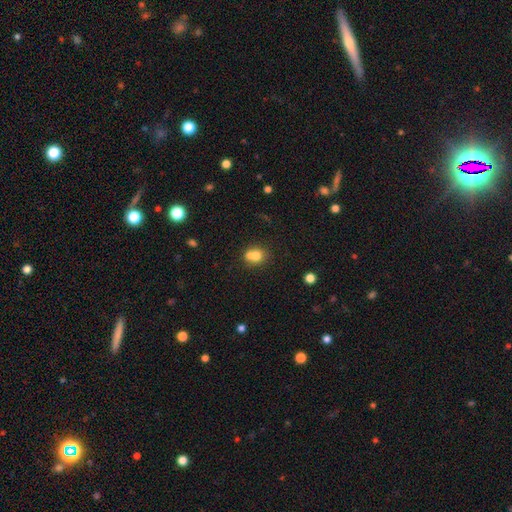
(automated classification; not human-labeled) A smooth galaxy with no disk features (71%) that is round (73%). Merging: merger (50%).